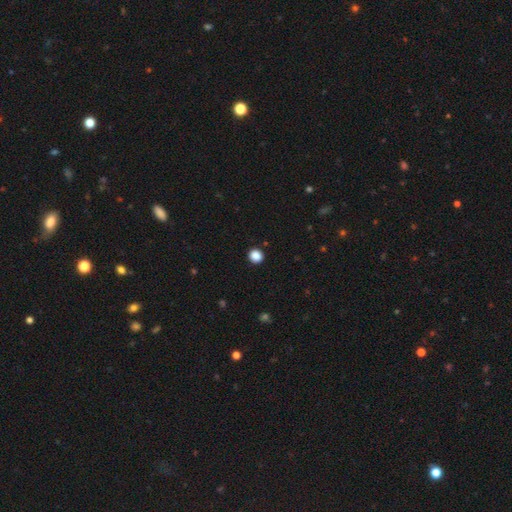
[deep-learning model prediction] A smooth galaxy with no disk features (88%) that is round (85%).

Vote fractions:
- Smooth or featured? smooth: 88% / star or artifact: 10% / featured or disk: 2%
- How rounded? round: 85% / in between: 14% / cigar-shaped: 1%
- Merging? none: 92% / minor disturbance: 5% / major disturbance: 2% / merger: 1%